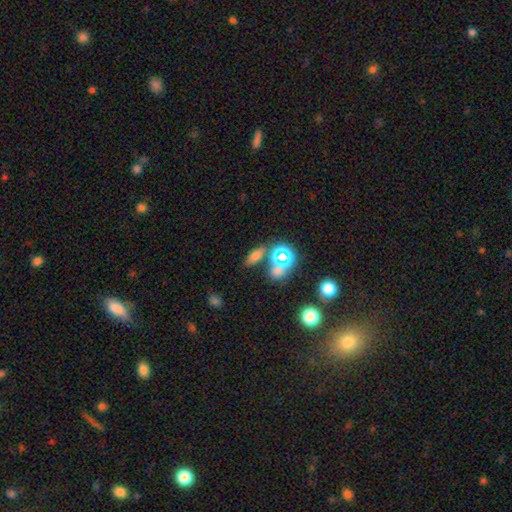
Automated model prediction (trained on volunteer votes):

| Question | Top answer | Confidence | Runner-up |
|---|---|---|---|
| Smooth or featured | smooth | 60% | star or artifact (27%) |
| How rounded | in between | 73% | round (14%) |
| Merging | none | 70% | merger (14%) |